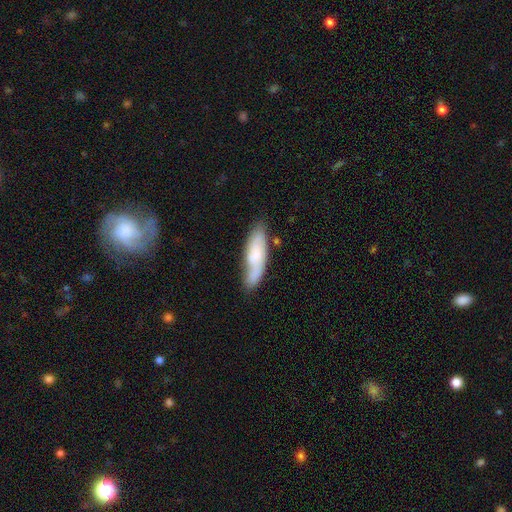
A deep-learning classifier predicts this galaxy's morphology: smooth 53%, featured or disk 41%, star or artifact 6%. Down the decision tree: how rounded — cigar-shaped (50%); merging — none (61%).